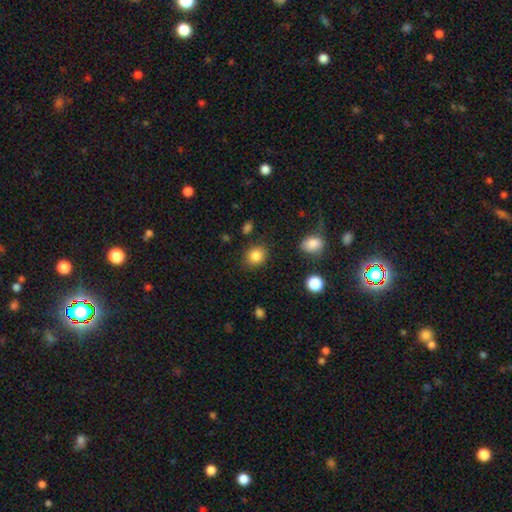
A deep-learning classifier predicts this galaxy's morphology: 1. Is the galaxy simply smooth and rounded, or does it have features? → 85% smooth, 10% star or artifact, 5% featured or disk.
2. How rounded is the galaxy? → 68% round, 31% in between, 1% cigar-shaped.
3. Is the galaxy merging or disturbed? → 84% none, 10% minor disturbance, 3% major disturbance, 2% merger.